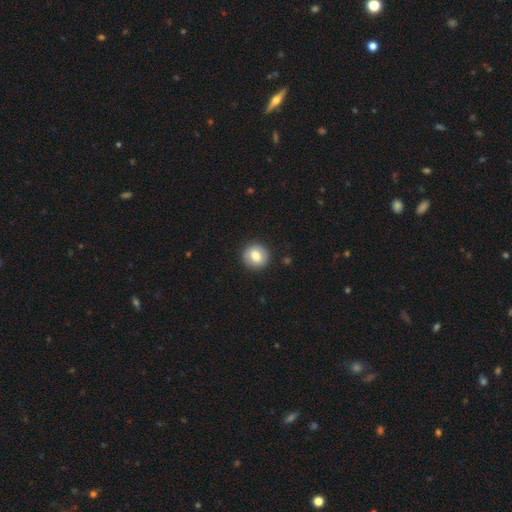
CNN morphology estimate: smooth 77%, featured or disk 15%, star or artifact 8%. Down the decision tree: how rounded — round (90%); merging — none (89%).